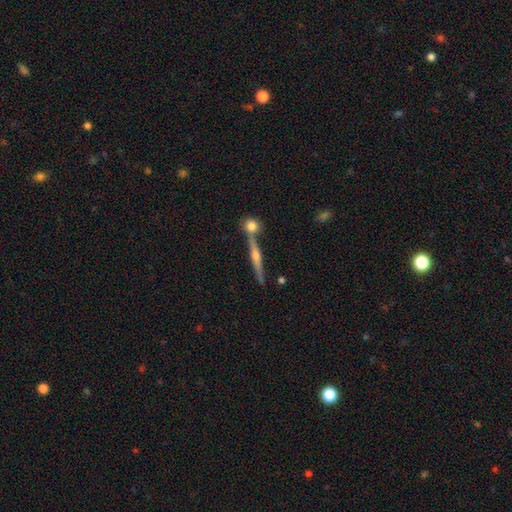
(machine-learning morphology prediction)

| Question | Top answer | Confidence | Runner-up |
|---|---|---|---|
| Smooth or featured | featured or disk | 76% | smooth (17%) |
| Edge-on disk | yes | 98% | no (2%) |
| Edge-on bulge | rounded | 89% | none (6%) |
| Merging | none | 75% | merger (15%) |